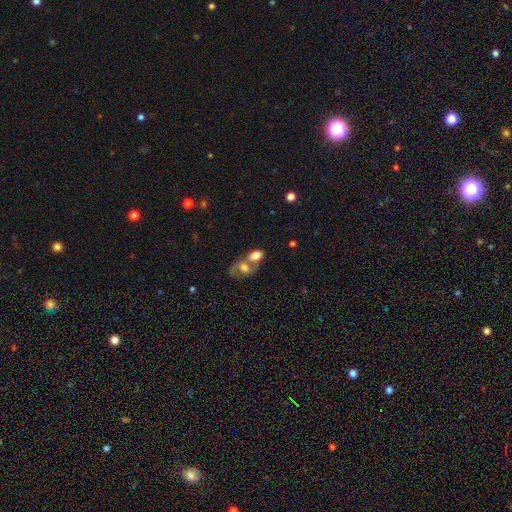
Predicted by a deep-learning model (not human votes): A smooth galaxy with no disk features (60%) that is in between round and cigar-shaped (80%). Merging: merger (67%).